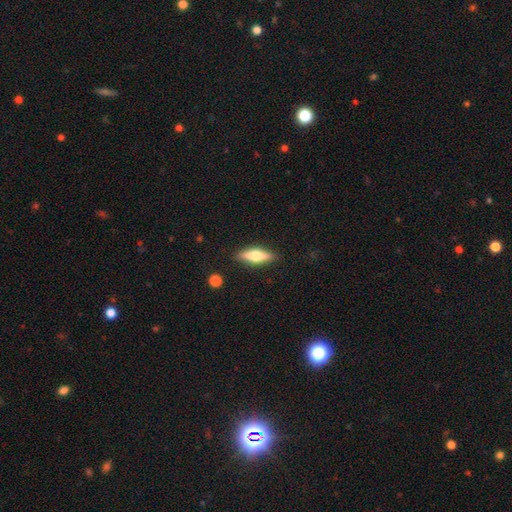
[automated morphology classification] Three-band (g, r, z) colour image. It shows a smooth galaxy with no disk features (48%). Merging: none (88%).